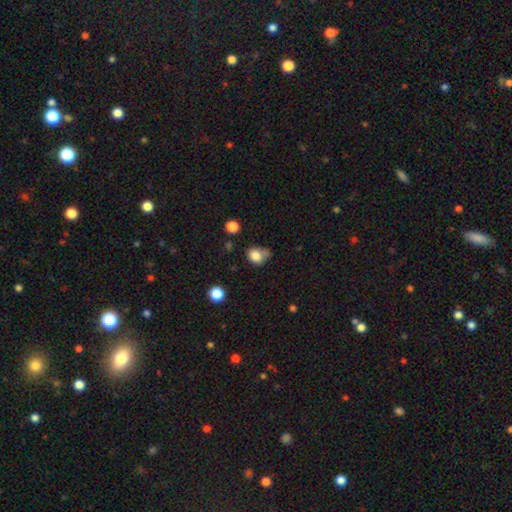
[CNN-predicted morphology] The model was most divided on "how rounded": round: 54%, in between: 45%, cigar-shaped: 1%. Remaining: smooth or featured — smooth (82%); merging — none (49%).